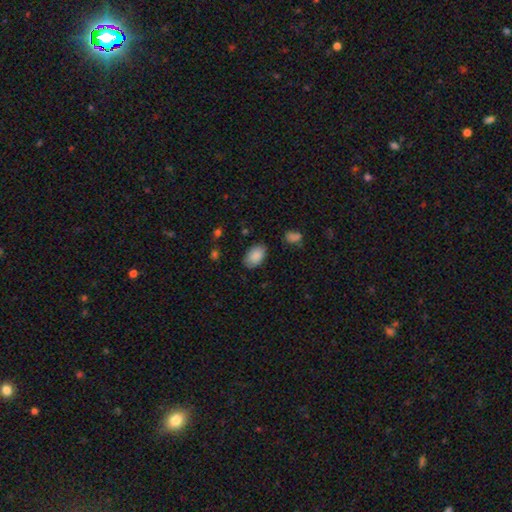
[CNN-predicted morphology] Overall: smooth (87%). How rounded: in between (92%). Merging: none (79%).